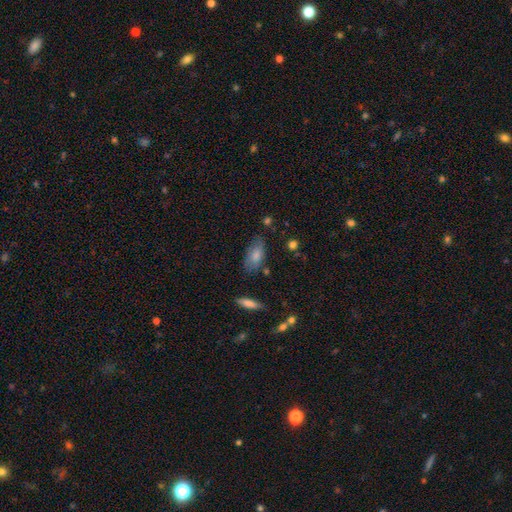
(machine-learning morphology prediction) This appears to be a smooth galaxy with no disk features (78%) that is in between round and cigar-shaped (88%). Merging: none (67%).